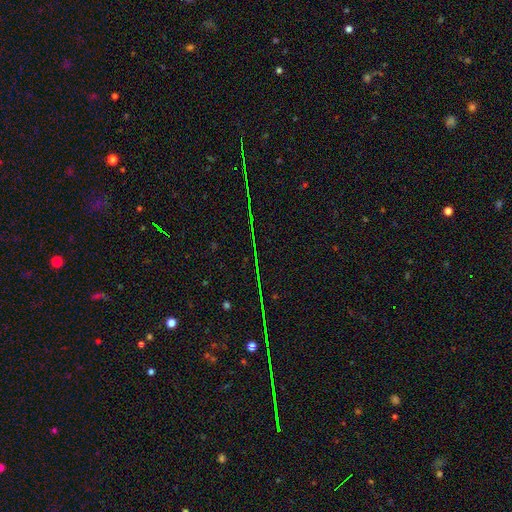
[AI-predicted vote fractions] A star or artifact, not a galaxy (81%).